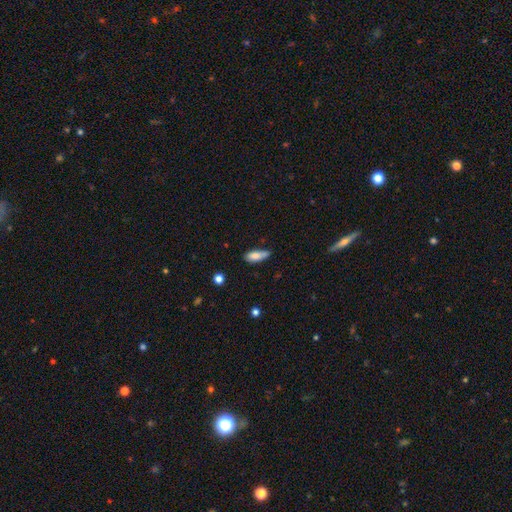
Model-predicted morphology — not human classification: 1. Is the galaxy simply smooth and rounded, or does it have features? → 83% smooth, 10% featured or disk, 7% star or artifact.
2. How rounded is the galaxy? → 73% in between, 24% cigar-shaped, 2% round.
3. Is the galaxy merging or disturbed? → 53% none, 35% minor disturbance, 7% major disturbance, 5% merger.